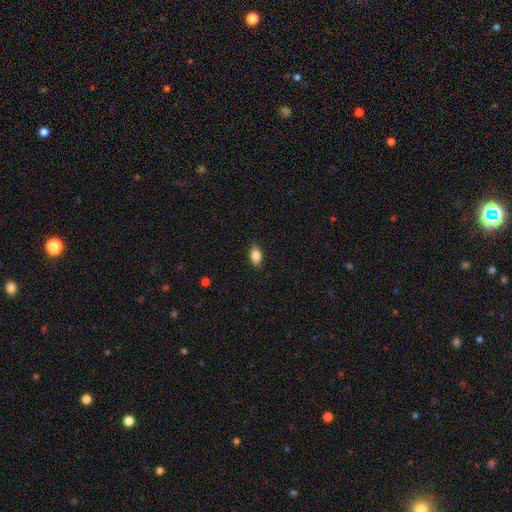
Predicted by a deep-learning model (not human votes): Smooth or featured? smooth (85%)
How rounded? in between (88%)
Merging? none (86%)